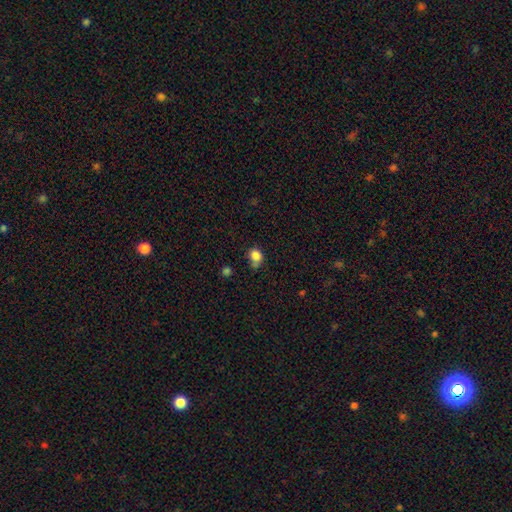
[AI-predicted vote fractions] Overall: smooth (83%). How rounded: round (62%; in between 37%). Merging: none (49%; minor disturbance 31%).